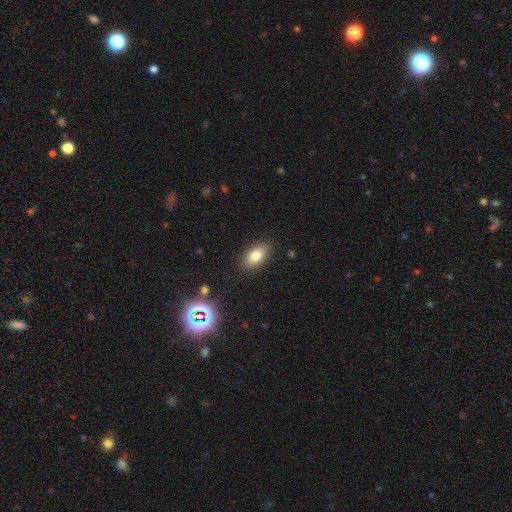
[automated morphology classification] smooth 81%, featured or disk 10%, star or artifact 9%. Down the decision tree: how rounded — in between (91%); merging — none (86%).